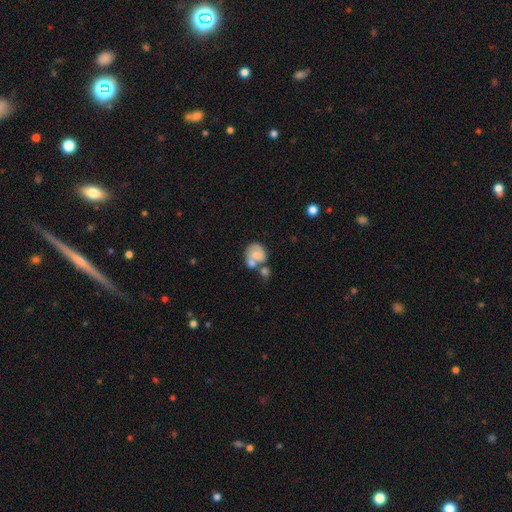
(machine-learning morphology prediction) A smooth galaxy with no disk features (50%) that is round (56%). Merging: merger (49%).